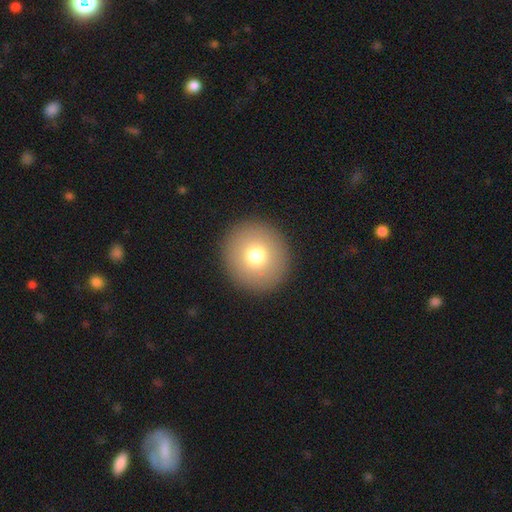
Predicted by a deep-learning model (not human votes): Morphology: type=smooth (74%); roundness=round (93%); merging=none (92%).